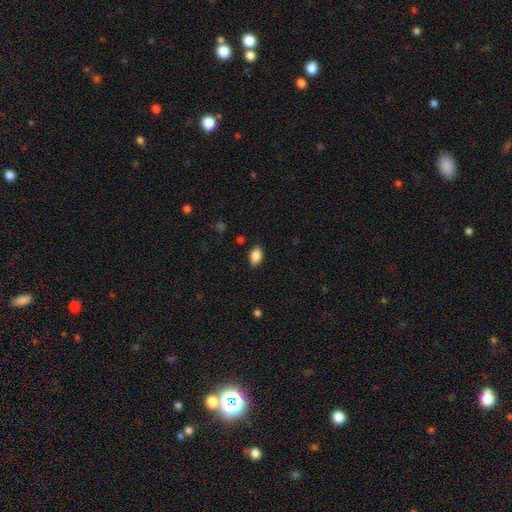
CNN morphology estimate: Q: Smooth or featured?
A: smooth (87%); runner-up: star or artifact (8%)
Q: How rounded?
A: in between (90%); runner-up: round (9%)
Q: Merging?
A: none (86%); runner-up: minor disturbance (10%)